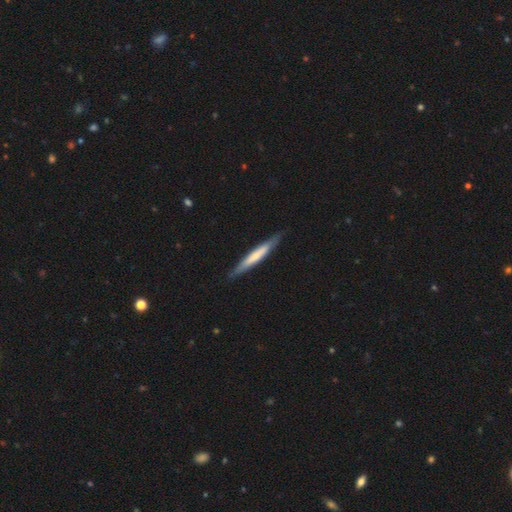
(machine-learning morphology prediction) smooth 52%, featured or disk 43%, star or artifact 5%. Down the decision tree: how rounded — cigar-shaped (95%); merging — none (87%).